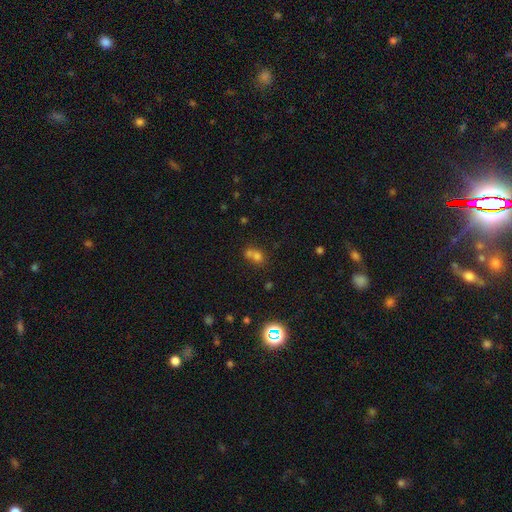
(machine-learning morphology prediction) smooth_or_featured: smooth (p=0.66) [alt: star or artifact p=0.21]
how_rounded: round (p=0.62) [alt: in between p=0.36]
merging: merger (p=0.57) [alt: none p=0.32]